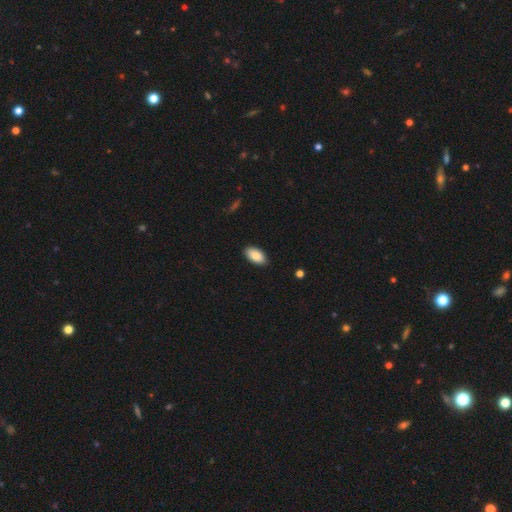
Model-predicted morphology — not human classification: smooth-or-featured: smooth: 86% | featured or disk: 8% | star or artifact: 7%
  how-rounded: in between: 95% | round: 3% | cigar-shaped: 2%
  merging: none: 87% | minor disturbance: 10% | major disturbance: 2% | merger: 1%